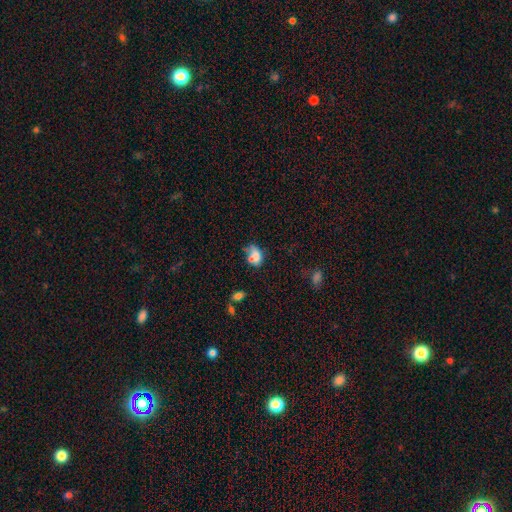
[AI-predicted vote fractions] smooth 69%, featured or disk 19%, star or artifact 12%. Down the decision tree: how rounded — in between (76%); merging — none (33%, tied with merger).